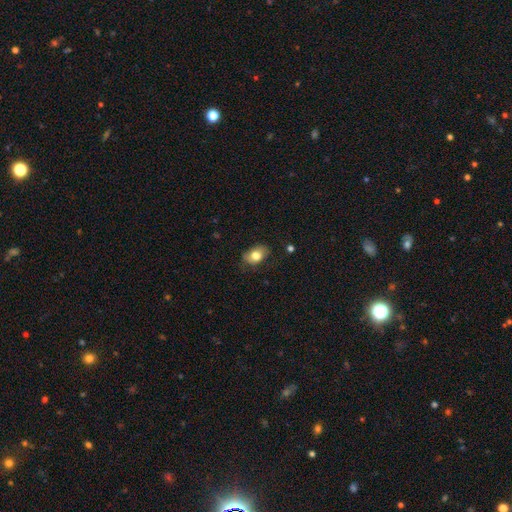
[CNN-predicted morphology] Overall: smooth (77%). How rounded: in between (83%). Merging: none (72%).